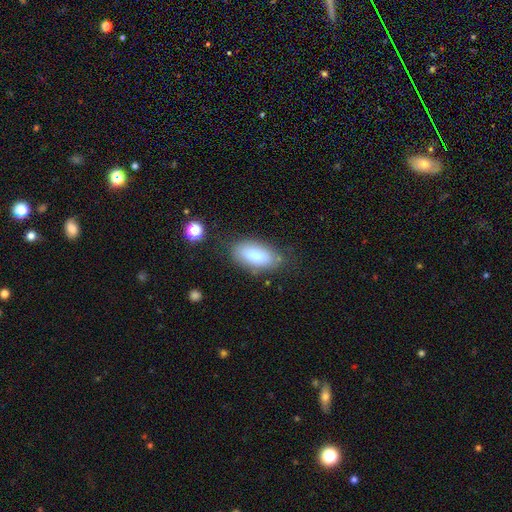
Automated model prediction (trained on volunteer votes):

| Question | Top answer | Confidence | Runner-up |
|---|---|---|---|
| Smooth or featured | smooth | 80% | featured or disk (12%) |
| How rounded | in between | 90% | cigar-shaped (7%) |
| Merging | none | 74% | minor disturbance (17%) |